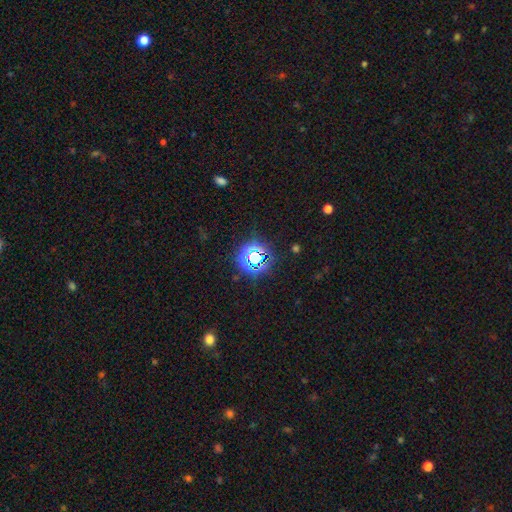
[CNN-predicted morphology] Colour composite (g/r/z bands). It shows a star or artifact, not a galaxy (72%).